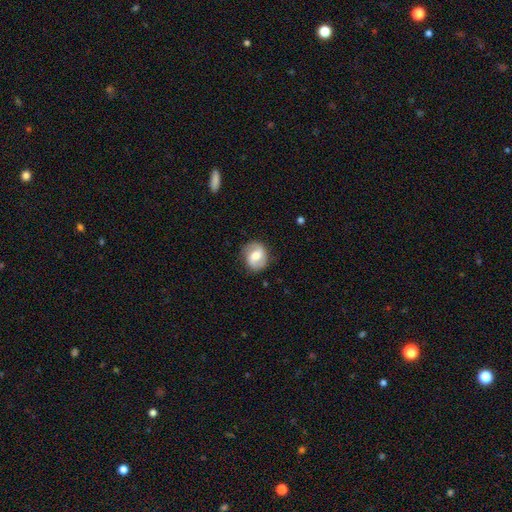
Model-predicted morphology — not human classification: Overall: featured or disk (54%; smooth 39%). Edge-on disk: no (97%). Bar: weak (47%; no 31%). Spiral arms: yes (83%). Bulge size: moderate (64%). Merging: none (81%).